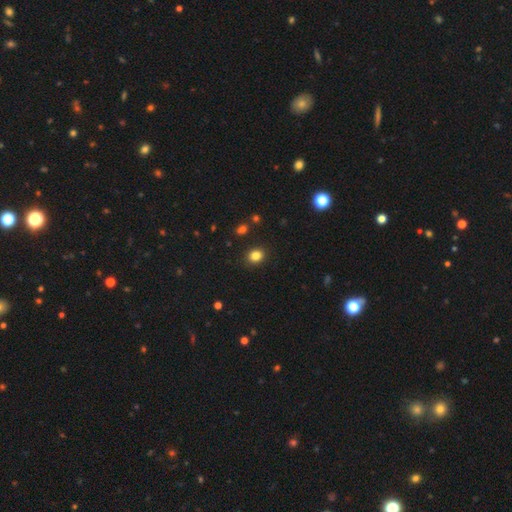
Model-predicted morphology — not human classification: This is clearly a smooth galaxy (84%). How rounded: likely round (62%). Merging: clearly none (89%).